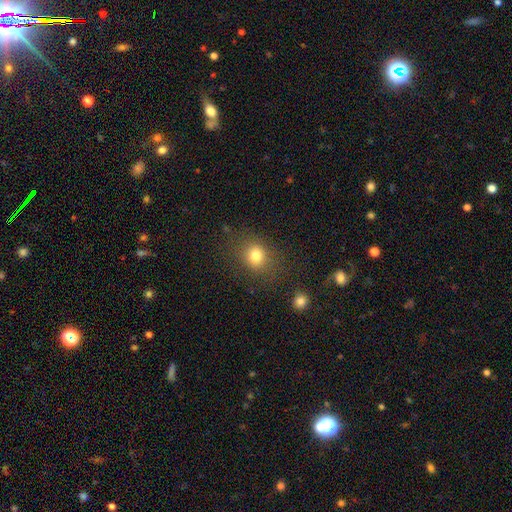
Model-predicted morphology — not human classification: Q: Smooth or featured?
A: smooth (79%); runner-up: star or artifact (13%)
Q: How rounded?
A: round (68%); runner-up: in between (31%)
Q: Merging?
A: none (79%); runner-up: minor disturbance (13%)